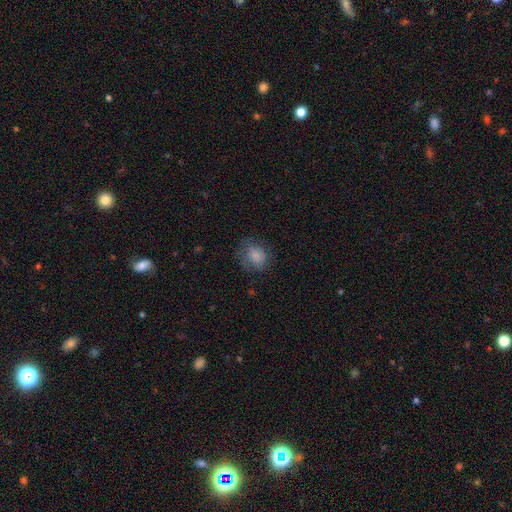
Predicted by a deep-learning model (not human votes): Smooth or featured? smooth (80%)
How rounded? round (67%)
Merging? none (67%)